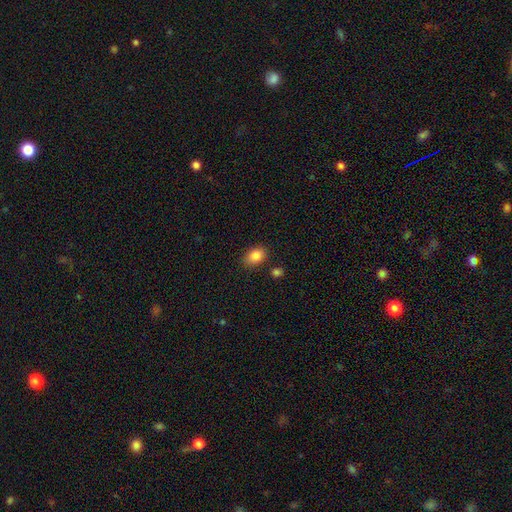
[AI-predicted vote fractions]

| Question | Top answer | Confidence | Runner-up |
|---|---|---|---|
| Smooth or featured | smooth | 85% | star or artifact (8%) |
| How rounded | in between | 79% | round (20%) |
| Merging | none | 82% | minor disturbance (11%) |